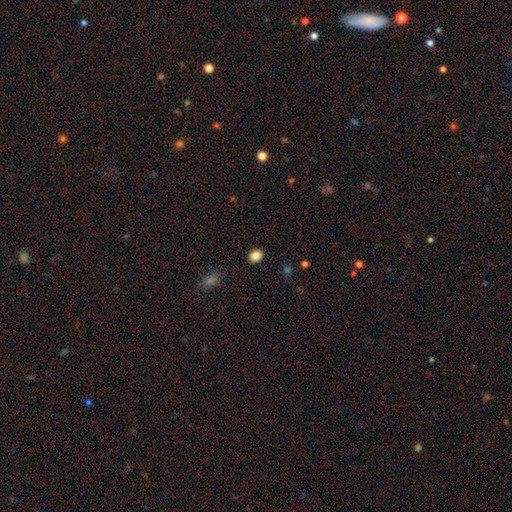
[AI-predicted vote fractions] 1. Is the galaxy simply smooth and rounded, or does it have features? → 86% smooth, 10% star or artifact, 4% featured or disk.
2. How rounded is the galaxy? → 57% round, 42% in between, 1% cigar-shaped.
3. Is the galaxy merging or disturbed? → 90% none, 6% minor disturbance, 2% major disturbance, 1% merger.